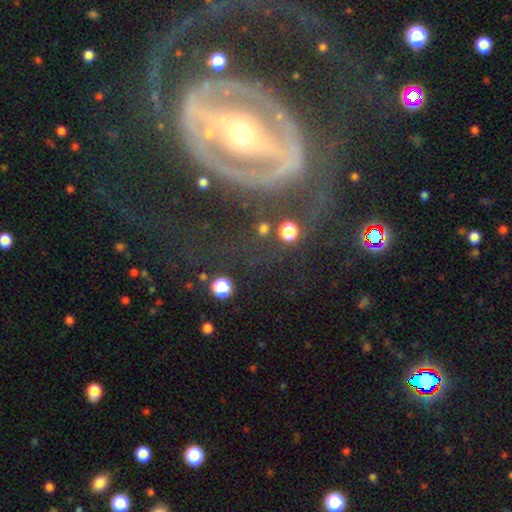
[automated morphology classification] smooth-or-featured: featured or disk: 83% | smooth: 10% | star or artifact: 8%
  disk-edge-on: no: 93% | yes: 7%
    bar: strong: 63% | weak: 20% | no: 17%
    has-spiral-arms: yes: 67% | no: 33%
      spiral-winding: tight: 41% | medium: 38% | loose: 21%
      spiral-arm-count: 2: 70% | can't tell: 15% | 1: 5% | 3: 4% | 4: 3% | more than 4: 2%
    bulge-size: small: 48% | moderate: 45% | large: 4% | dominant: 2% | none: 1%
  merging: none: 59% | major disturbance: 22% | minor disturbance: 15% | merger: 4%